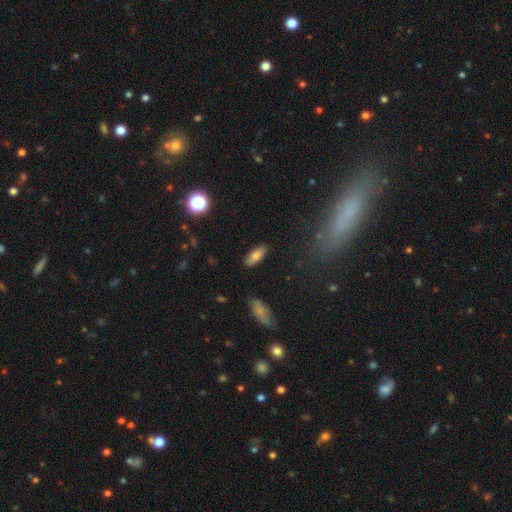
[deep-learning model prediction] smooth-or-featured: smooth: 76% | featured or disk: 16% | star or artifact: 9%
  how-rounded: in between: 79% | cigar-shaped: 19% | round: 3%
  merging: none: 87% | minor disturbance: 9% | major disturbance: 2% | merger: 1%